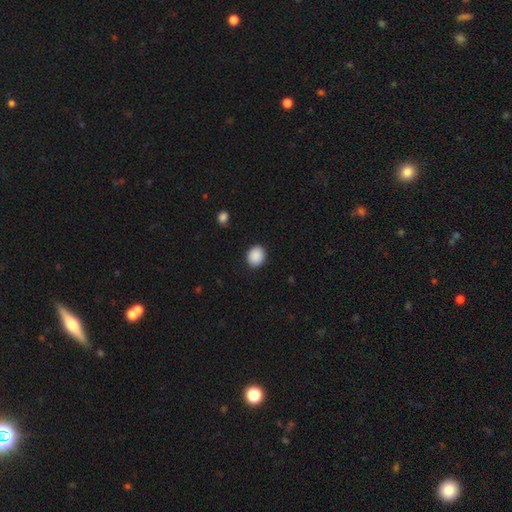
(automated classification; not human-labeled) The model was most divided on "how rounded": round: 67%, in between: 32%, cigar-shaped: 1%. More confident: merging — none (90%); smooth or featured — smooth (90%).